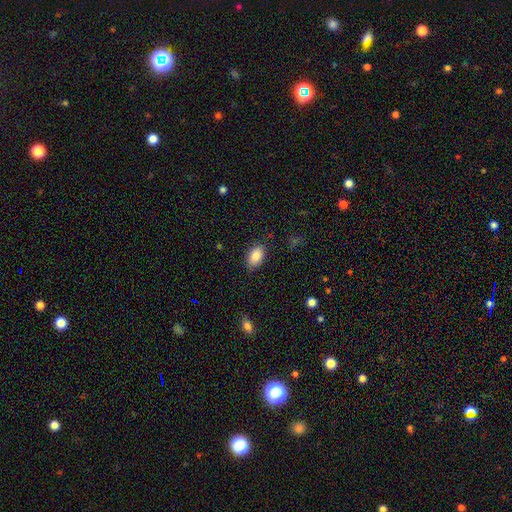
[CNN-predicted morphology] smooth_or_featured: smooth (p=0.88) [alt: star or artifact p=0.07]
how_rounded: in between (p=0.92) [alt: round p=0.06]
merging: none (p=0.83) [alt: minor disturbance p=0.13]